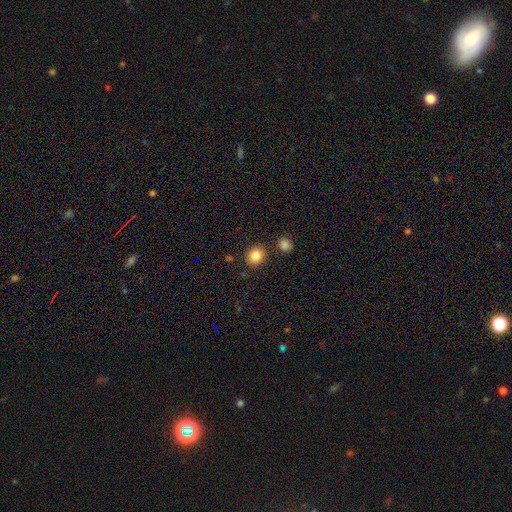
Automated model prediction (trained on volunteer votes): Morphology: type=smooth (84%); roundness=round (75%); merging=none (83%).